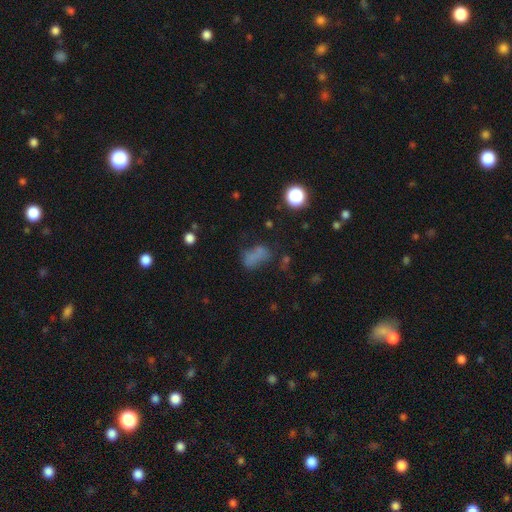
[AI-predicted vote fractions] This is likely a smooth galaxy (61%). How rounded: likely in between (79%). Merging: marginally none (41%).